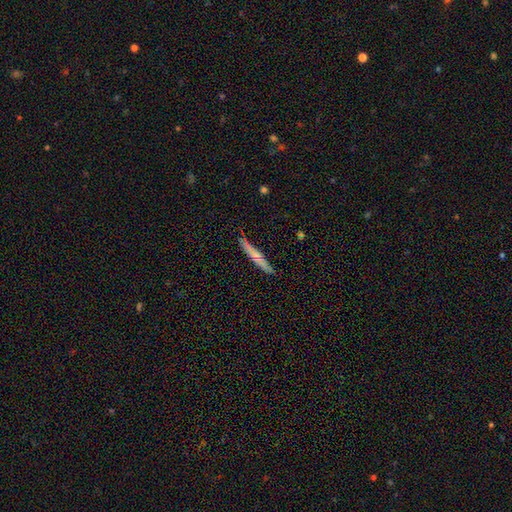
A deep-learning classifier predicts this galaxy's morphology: This is possibly a smooth galaxy (56%). How rounded: clearly cigar-shaped (95%). Merging: clearly none (87%).